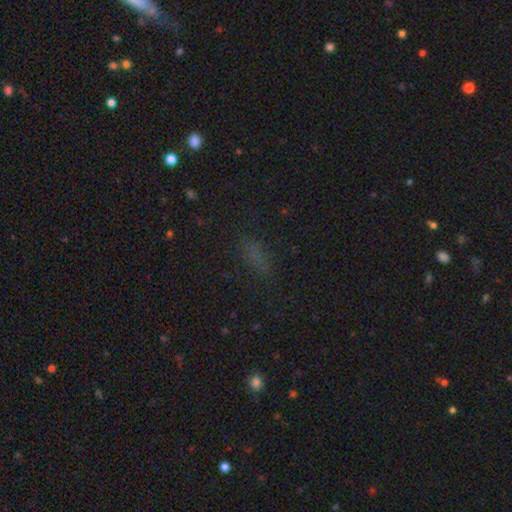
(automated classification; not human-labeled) This is likely a smooth galaxy (63%). How rounded: possibly in between (59%). Merging: likely none (75%).